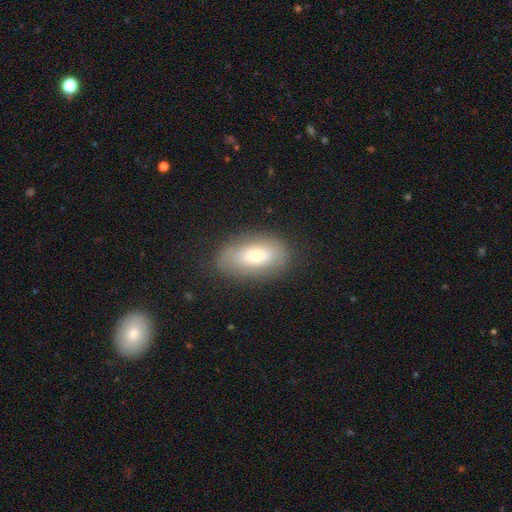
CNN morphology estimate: Smooth or featured? Predicted: smooth (p=0.58). How rounded? Predicted: in between (p=0.90). Merging? Predicted: none (p=0.79).